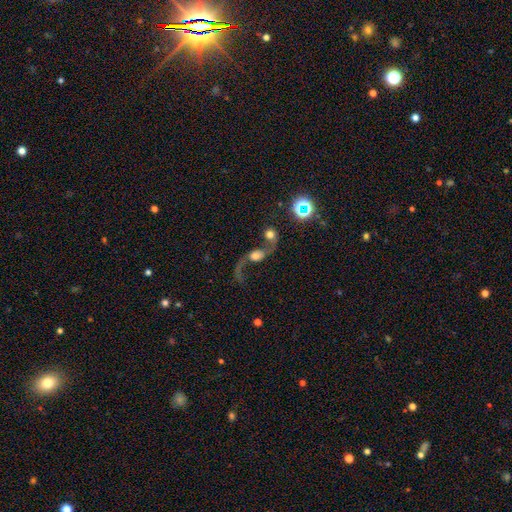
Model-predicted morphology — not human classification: This is likely a featured or disk galaxy (66%). It is clearly not viewed edge-on (95%). Bar: likely no (65%). Spiral arm pattern: clearly yes (85%). Spiral arm count: clearly 2 (81%). Spiral winding: clearly loose (92%). Central bulge: marginally moderate (42%). Merging: possibly merger (54%).